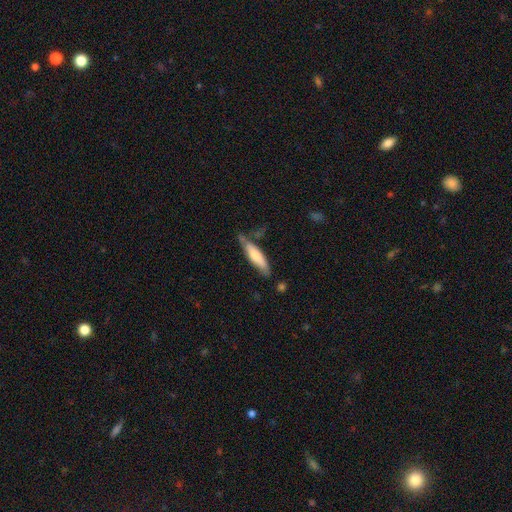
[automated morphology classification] A smooth galaxy with no disk features (68%) that is cigar-shaped (72%). Merging: none (62%).